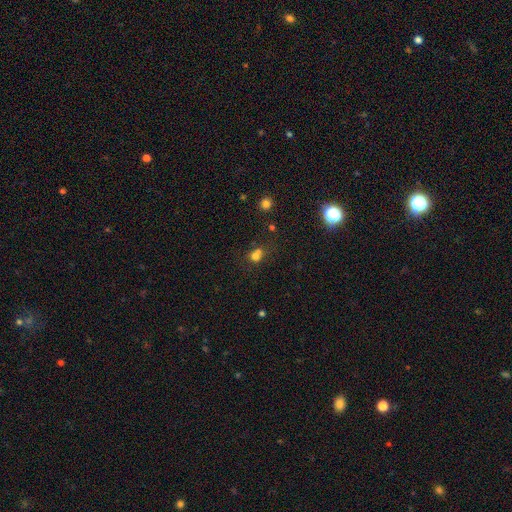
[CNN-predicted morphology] smooth 68%, star or artifact 20%, featured or disk 13%. Down the decision tree: how rounded — round (74%); merging — merger (49%).